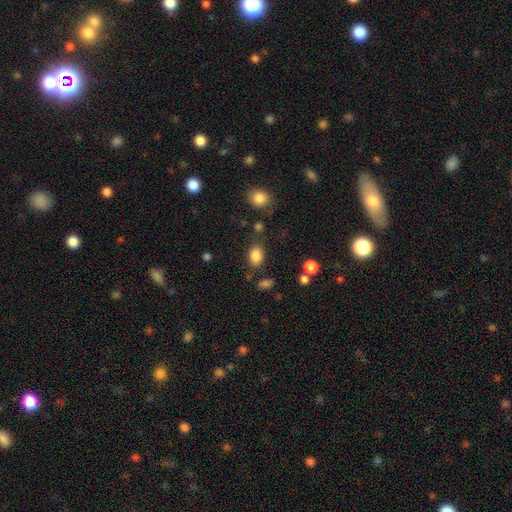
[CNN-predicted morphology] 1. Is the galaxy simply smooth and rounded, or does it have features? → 85% smooth, 10% star or artifact, 5% featured or disk.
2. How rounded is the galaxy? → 74% in between, 25% round, 1% cigar-shaped.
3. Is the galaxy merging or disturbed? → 75% none, 15% minor disturbance, 5% merger, 5% major disturbance.